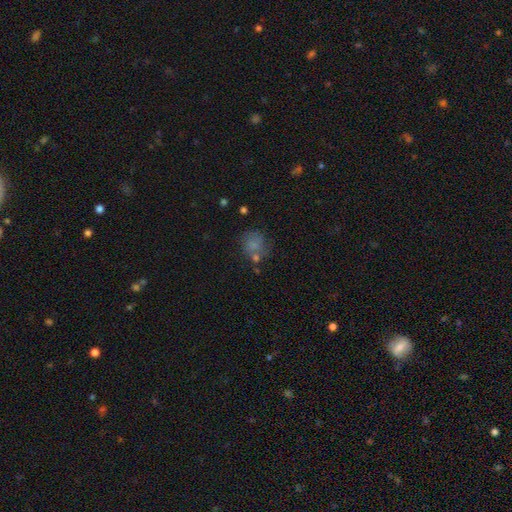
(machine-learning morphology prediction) smooth 53%, featured or disk 25%, star or artifact 22%. Down the decision tree: how rounded — round (78%); merging — none (61%).